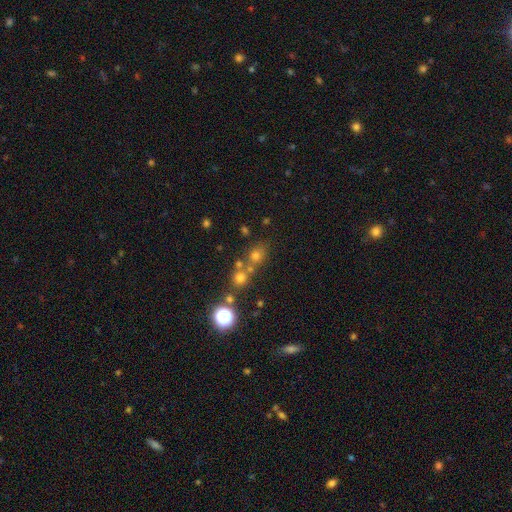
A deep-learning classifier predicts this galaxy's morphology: A smooth galaxy with no disk features (58%) that is round (77%). Merging: none (55%).